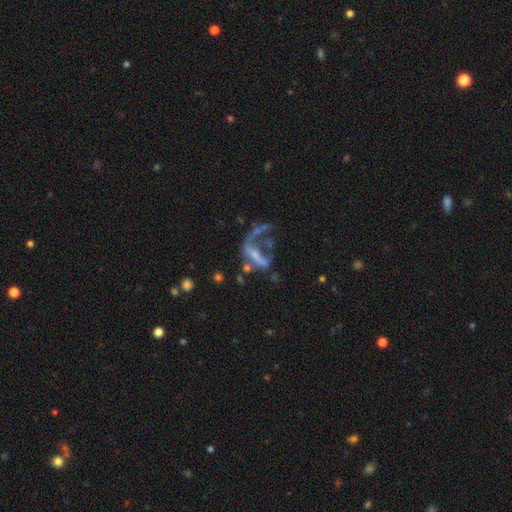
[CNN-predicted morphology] This is likely a featured or disk galaxy (66%). It is clearly not viewed edge-on (91%). Bar: possibly no (50%). Spiral arm pattern: likely no (61%). Central bulge: marginally none (41%). Merging: possibly major disturbance (54%).